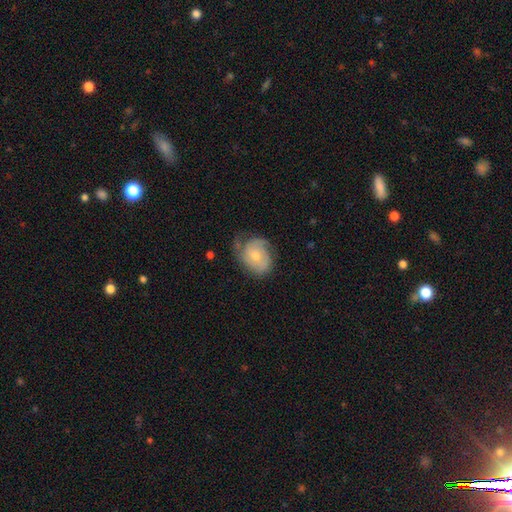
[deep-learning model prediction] Q: Smooth or featured?
A: featured or disk (59%); runner-up: smooth (35%)
Q: Edge-on disk?
A: no (97%); runner-up: yes (3%)
Q: Bar?
A: no (73%); runner-up: weak (24%)
Q: Spiral arms?
A: yes (84%); runner-up: no (16%)
Q: Bulge size?
A: moderate (52%); runner-up: small (43%)
Q: Merging?
A: none (49%); runner-up: minor disturbance (31%)